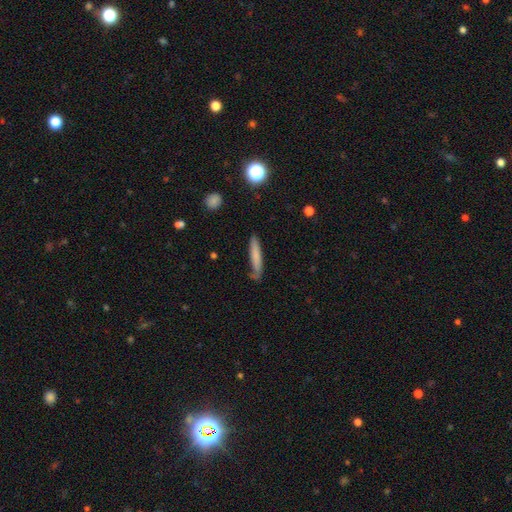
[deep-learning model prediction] Q: Smooth or featured?
A: smooth (73%); runner-up: featured or disk (20%)
Q: How rounded?
A: cigar-shaped (91%); runner-up: in between (8%)
Q: Merging?
A: none (68%); runner-up: minor disturbance (23%)